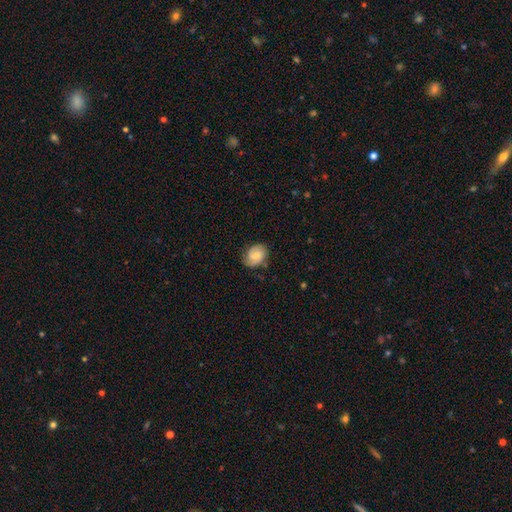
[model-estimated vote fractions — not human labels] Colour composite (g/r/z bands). It shows a featured or disk galaxy (47%). Merging: none (72%).